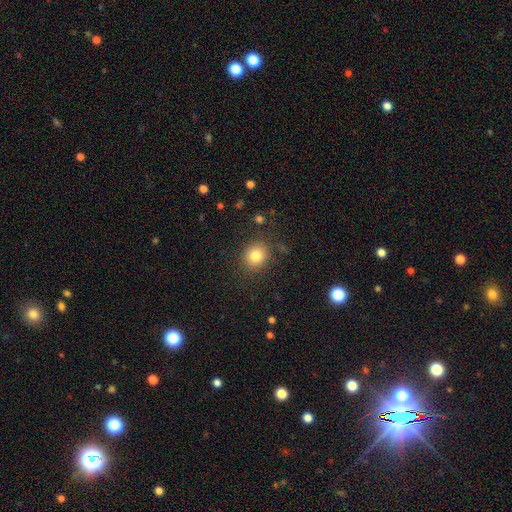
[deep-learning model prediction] smooth 81%, star or artifact 11%, featured or disk 7%. Down the decision tree: how rounded — round (78%); merging — none (84%).